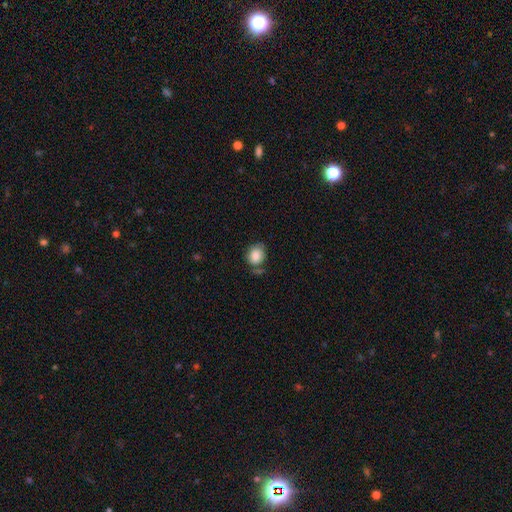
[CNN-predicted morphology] A smooth galaxy with no disk features (84%) that is round (54%). Merging: none (57%).